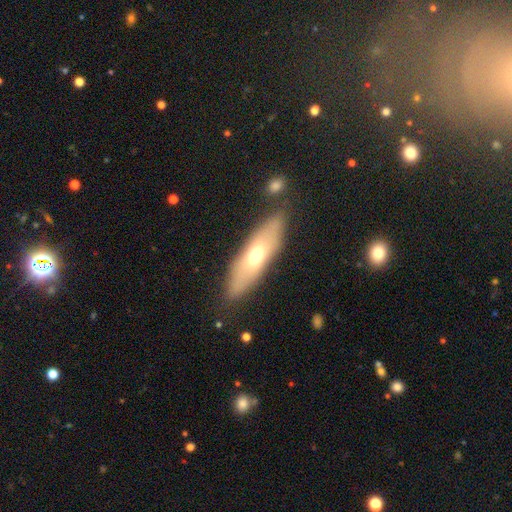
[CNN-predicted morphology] Overall: smooth (57%; featured or disk 36%). How rounded: cigar-shaped (52%; in between 46%). Merging: none (80%).